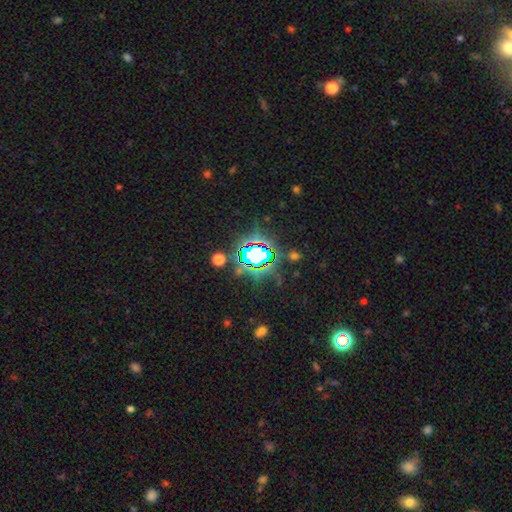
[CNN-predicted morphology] A star or artifact, not a galaxy (73%).